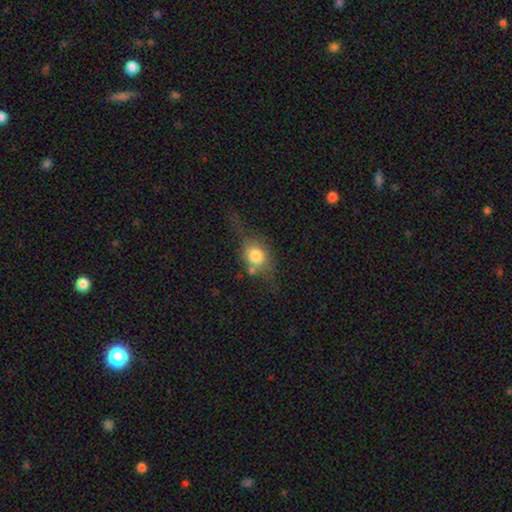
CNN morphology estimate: The model was most divided on "how rounded": round: 51%, in between: 45%, cigar-shaped: 4%. Remaining: smooth or featured — smooth (69%); merging — none (45%).